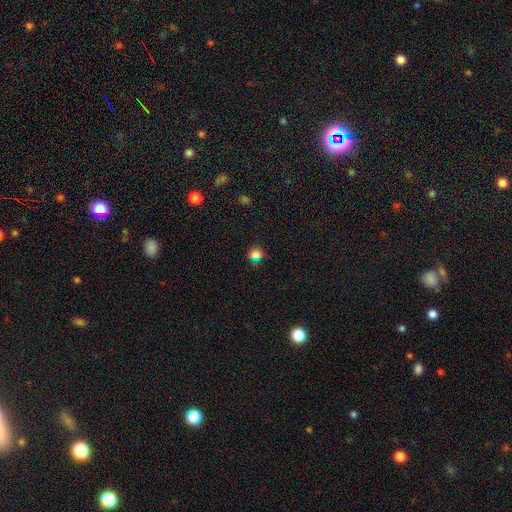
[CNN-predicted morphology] Smooth or featured? smooth (71%)
How rounded? round (69%)
Merging? none (77%)